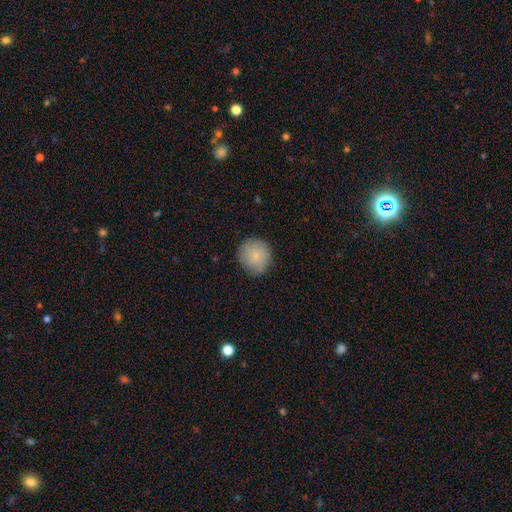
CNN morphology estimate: This appears to be a smooth galaxy with no disk features (82%) that is round (87%). Merging: none (80%).